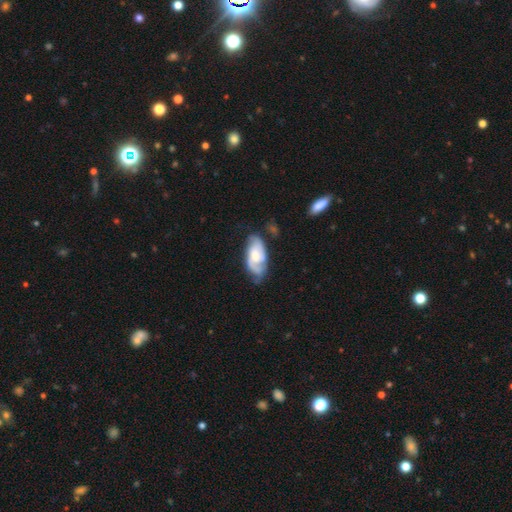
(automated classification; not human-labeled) This is likely a featured or disk galaxy (71%). It is clearly not viewed edge-on (94%). Bar: possibly no (55%). Spiral arm pattern: clearly yes (91%). Spiral arm count: likely 2 (65%). Spiral winding: marginally medium (44%). Central bulge: possibly moderate (55%). Merging: possibly none (59%).